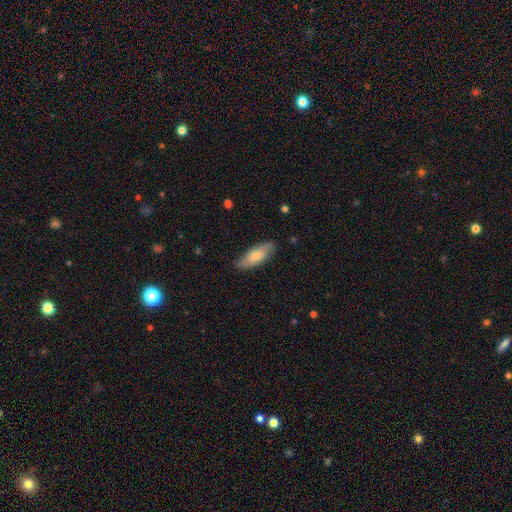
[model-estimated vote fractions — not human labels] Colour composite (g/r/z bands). It shows a smooth galaxy with no disk features (63%) that is in between round and cigar-shaped (67%). Merging: none (84%).